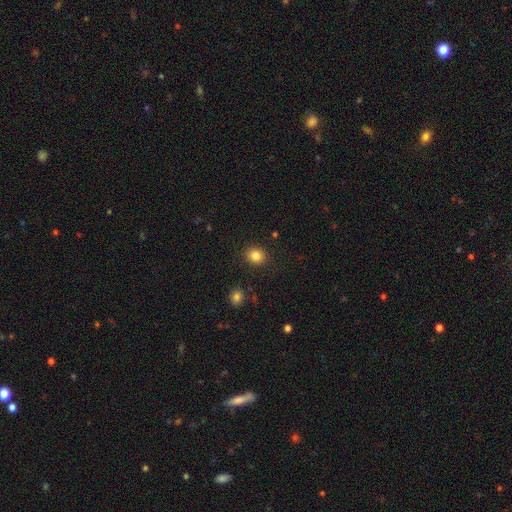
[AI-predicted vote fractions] smooth 84%, star or artifact 10%, featured or disk 5%. Down the decision tree: how rounded — round (74%); merging — none (90%).